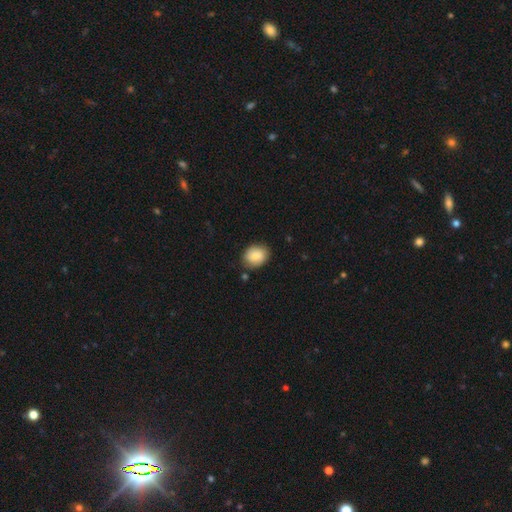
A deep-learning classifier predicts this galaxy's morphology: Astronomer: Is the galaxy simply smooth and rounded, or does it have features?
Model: smooth — 85%.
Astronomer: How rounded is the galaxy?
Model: in between — 50% (runner-up: round, 49%).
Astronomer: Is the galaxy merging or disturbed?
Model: none — 79%.